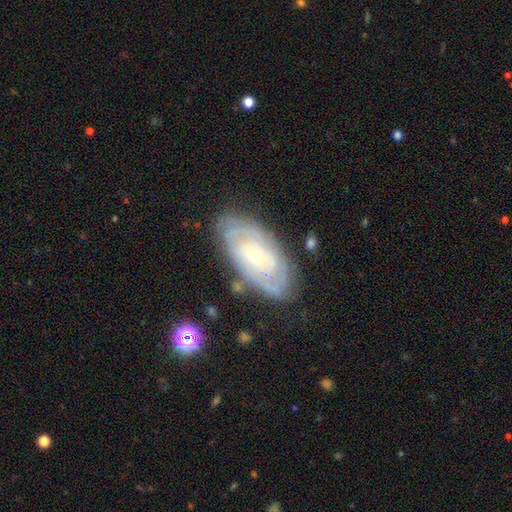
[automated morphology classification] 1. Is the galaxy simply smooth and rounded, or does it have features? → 81% featured or disk, 13% smooth, 6% star or artifact.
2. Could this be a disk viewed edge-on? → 94% no, 6% yes.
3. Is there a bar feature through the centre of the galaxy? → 65% no, 27% weak, 8% strong.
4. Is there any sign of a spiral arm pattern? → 90% yes, 10% no.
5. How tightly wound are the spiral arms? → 75% tight, 20% medium, 5% loose.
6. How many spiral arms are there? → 46% can't tell, 21% 2, 13% 3, 10% 4, 5% more than 4, 4% 1.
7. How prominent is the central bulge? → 76% small, 21% moderate, 1% large, 1% none, 1% dominant.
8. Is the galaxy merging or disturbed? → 77% none, 16% minor disturbance, 5% major disturbance, 2% merger.